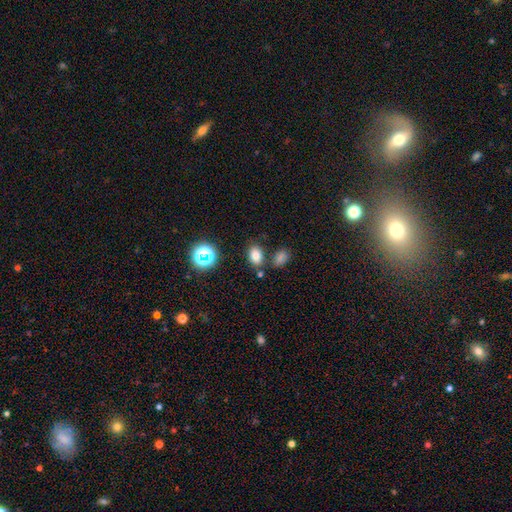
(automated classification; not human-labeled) A smooth galaxy with no disk features (78%) that is in between round and cigar-shaped (79%). Merging: none (75%).